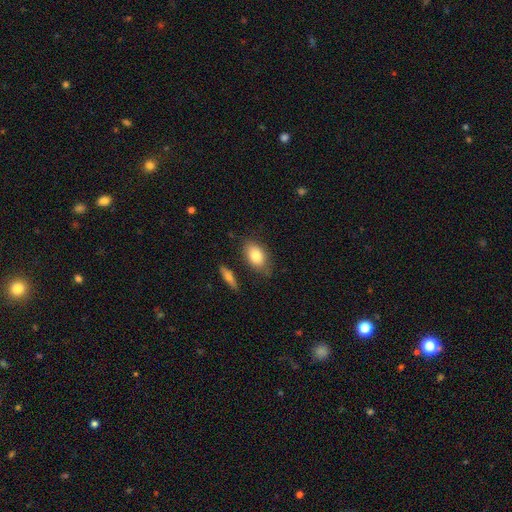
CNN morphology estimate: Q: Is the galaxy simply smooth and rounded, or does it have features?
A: smooth — 81%.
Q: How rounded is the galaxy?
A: in between — 88%.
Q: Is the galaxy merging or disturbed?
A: none — 72%.